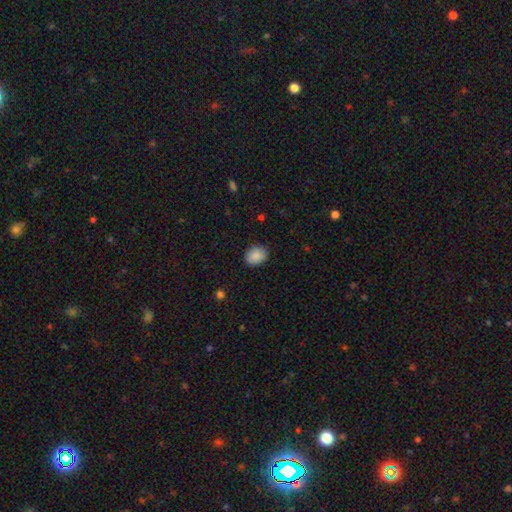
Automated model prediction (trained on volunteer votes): smooth-or-featured: smooth: 89% | star or artifact: 8% | featured or disk: 3%
  how-rounded: in between: 63% | round: 36% | cigar-shaped: 1%
  merging: none: 86% | minor disturbance: 11% | major disturbance: 3% | merger: 1%